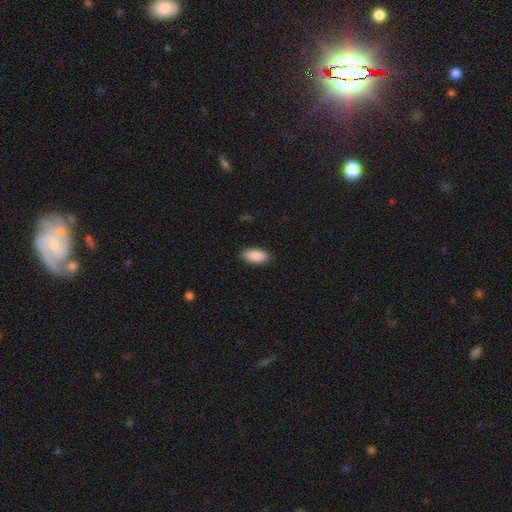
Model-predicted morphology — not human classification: This appears to be a smooth galaxy with no disk features (89%) that is in between round and cigar-shaped (93%). Merging: none (89%).